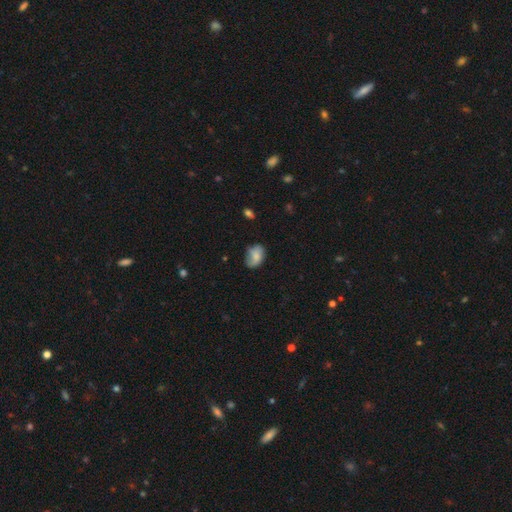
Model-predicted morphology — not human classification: A smooth galaxy with no disk features (72%) that is in between round and cigar-shaped (75%). Merging: none (53%).